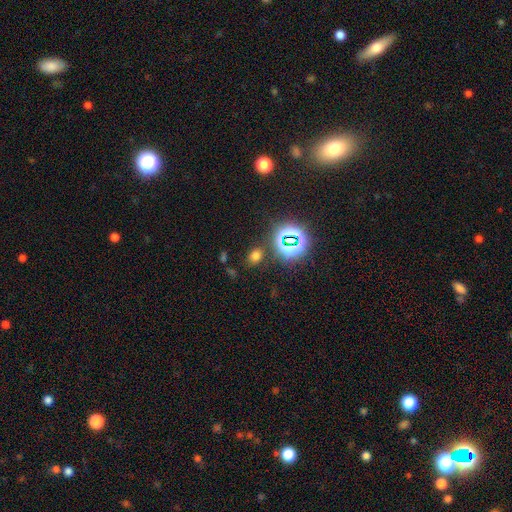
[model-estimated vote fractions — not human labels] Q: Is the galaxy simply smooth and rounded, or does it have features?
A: smooth — 61%.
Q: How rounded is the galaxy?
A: in between — 58%.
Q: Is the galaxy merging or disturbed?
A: none — 82%.